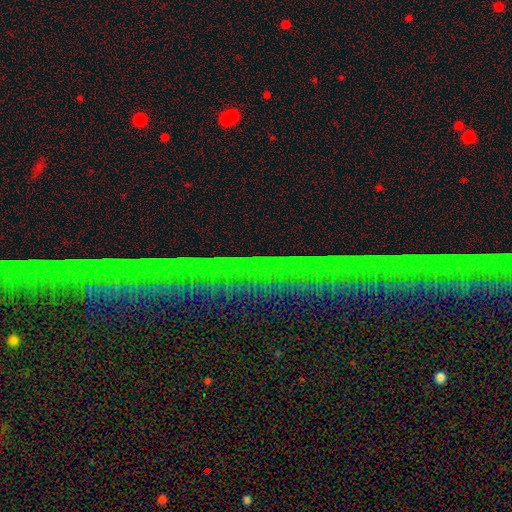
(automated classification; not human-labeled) Overall: star or artifact (85%).